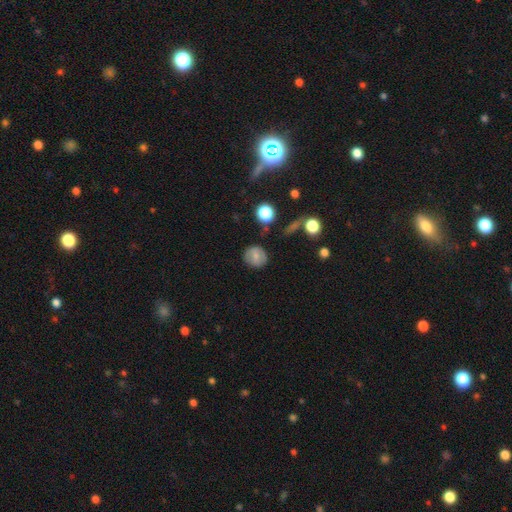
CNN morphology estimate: Overall: smooth (68%). How rounded: round (85%). Merging: none (83%).